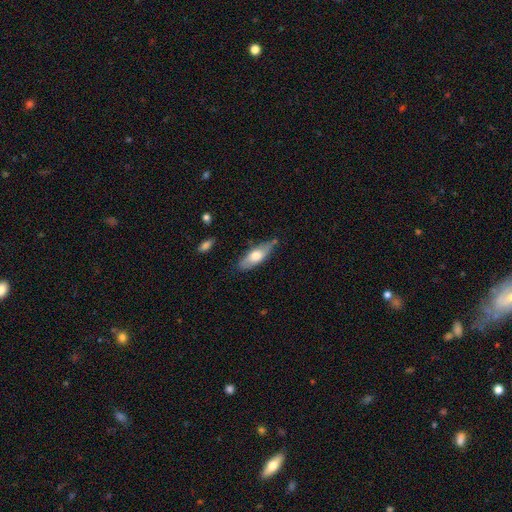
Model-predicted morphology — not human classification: smooth 62%, featured or disk 32%, star or artifact 6%. Down the decision tree: how rounded — in between (68%); merging — none (72%).